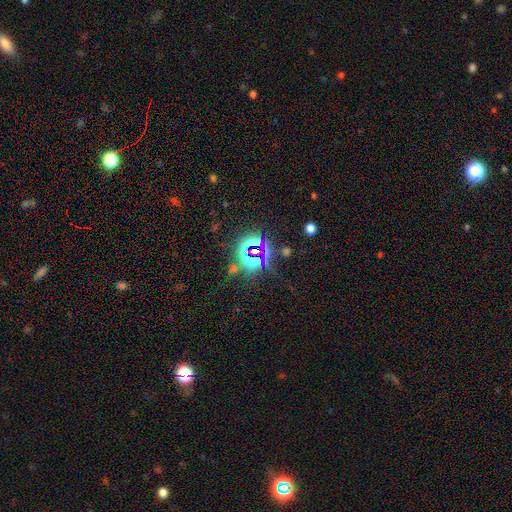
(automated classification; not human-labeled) Overall: star or artifact (80%).